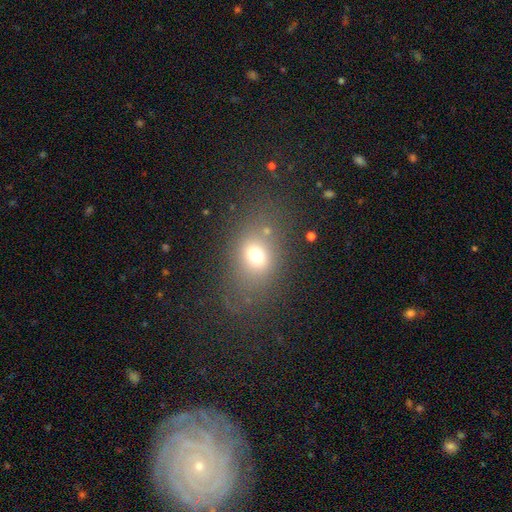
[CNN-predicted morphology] This appears to be a smooth galaxy with no disk features (68%) that is in between round and cigar-shaped (60%). Merging: none (65%).